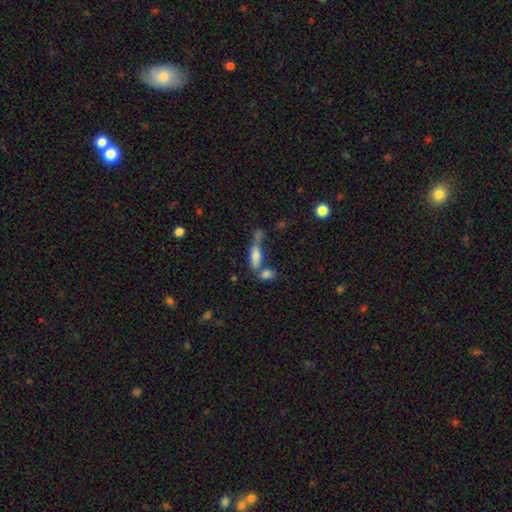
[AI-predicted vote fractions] This is likely a smooth galaxy (66%). How rounded: possibly in between (49%). Merging: marginally merger (38%).